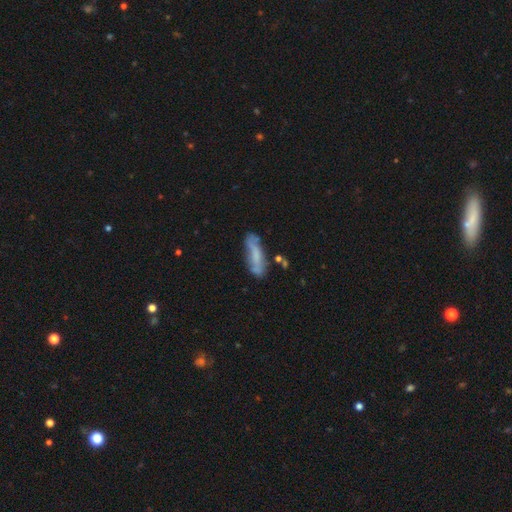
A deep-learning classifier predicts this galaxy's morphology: Q: Smooth or featured?
A: smooth (52%); runner-up: featured or disk (39%)
Q: How rounded?
A: cigar-shaped (59%); runner-up: in between (39%)
Q: Merging?
A: none (59%); runner-up: minor disturbance (25%)